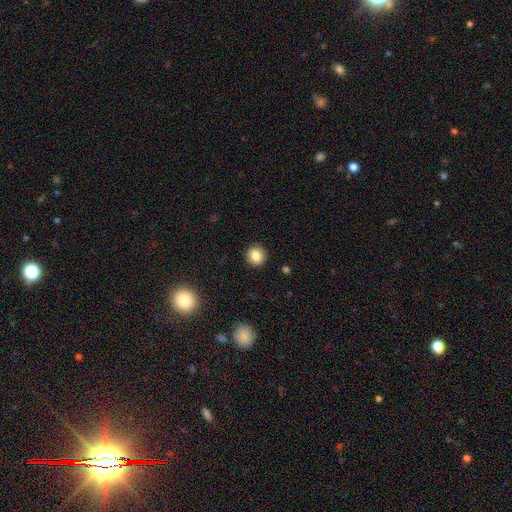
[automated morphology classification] A smooth galaxy with no disk features (85%) that is round (90%). Merging: none (92%).